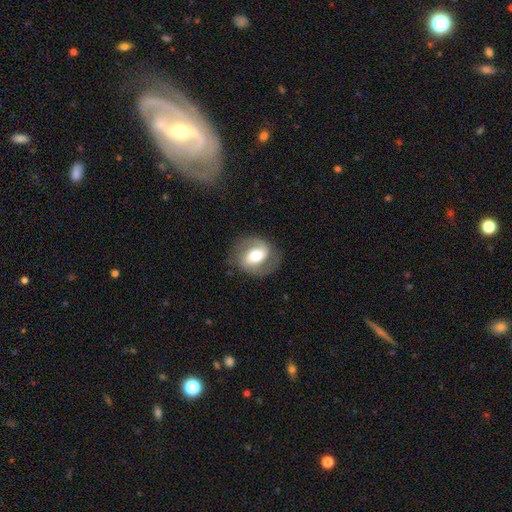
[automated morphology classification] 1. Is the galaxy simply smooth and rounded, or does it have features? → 64% featured or disk, 29% smooth, 7% star or artifact.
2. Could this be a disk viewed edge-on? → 96% no, 4% yes.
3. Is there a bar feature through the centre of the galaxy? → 39% weak, 31% no, 30% strong.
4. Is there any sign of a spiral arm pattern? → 81% yes, 19% no.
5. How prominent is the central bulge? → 62% moderate, 24% large, 10% small, 3% dominant, 1% none.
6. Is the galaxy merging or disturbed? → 77% none, 15% minor disturbance, 7% major disturbance, 1% merger.